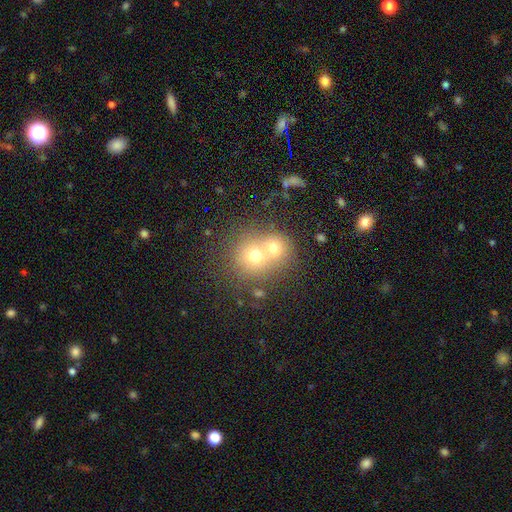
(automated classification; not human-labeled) A smooth galaxy with no disk features (65%) that is round (81%). Merging: merger (63%).